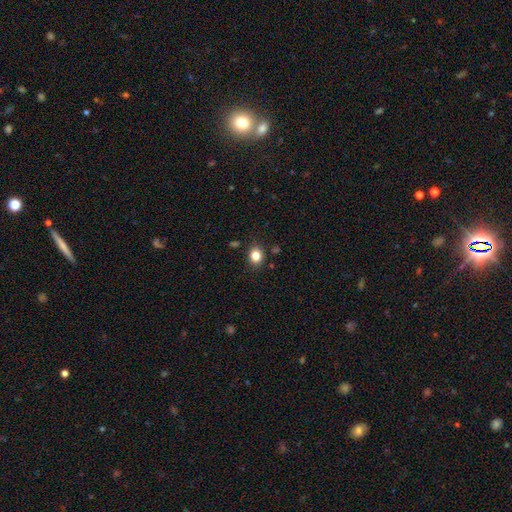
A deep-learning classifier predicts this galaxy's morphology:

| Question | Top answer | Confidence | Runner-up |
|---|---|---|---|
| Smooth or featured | smooth | 83% | star or artifact (11%) |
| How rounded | round | 56% | in between (43%) |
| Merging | none | 86% | minor disturbance (10%) |